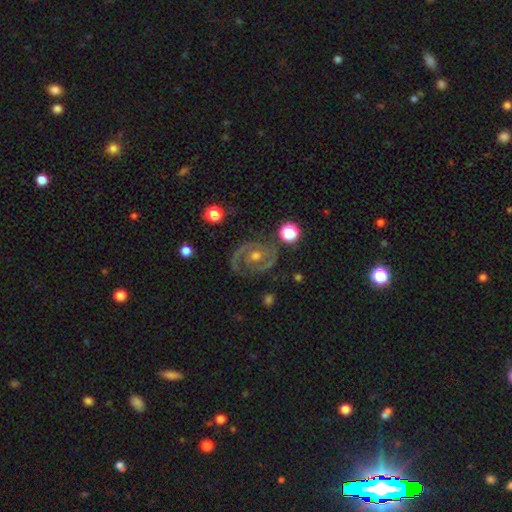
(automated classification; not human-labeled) smooth-or-featured: featured or disk: 83% | smooth: 10% | star or artifact: 7%
  disk-edge-on: no: 97% | yes: 3%
    bar: no: 58% | weak: 32% | strong: 10%
    has-spiral-arms: yes: 89% | no: 11%
      spiral-winding: tight: 48% | medium: 41% | loose: 10%
      spiral-arm-count: 2: 79% | can't tell: 8% | 1: 6% | 3: 4% | 4: 1% | more than 4: 1%
    bulge-size: moderate: 68% | small: 25% | large: 4% | none: 2% | dominant: 1%
  merging: none: 76% | minor disturbance: 14% | major disturbance: 7% | merger: 2%